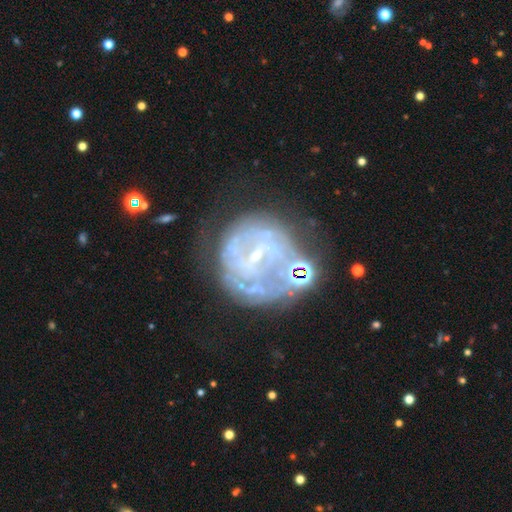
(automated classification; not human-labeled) Smooth or featured? featured or disk (77%)
Edge-on disk? no (98%)
Bar? no (53%)
Spiral arms? yes (68%)
Spiral winding? tight (60%)
Spiral arm count? can't tell (52%)
Bulge size? small (79%)
Merging? none (51%)